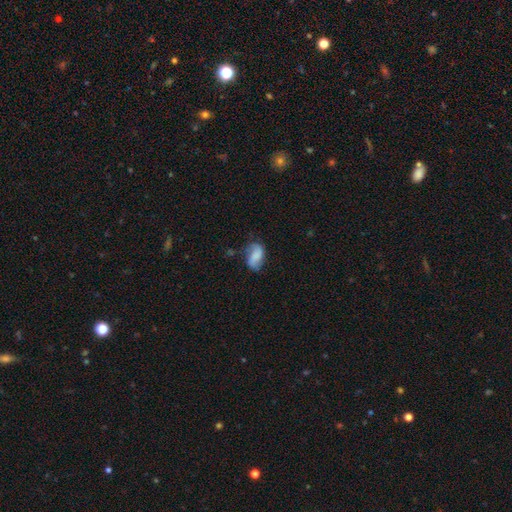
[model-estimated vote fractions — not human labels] Smooth or featured? smooth (57%)
How rounded? in between (89%)
Merging? none (52%)